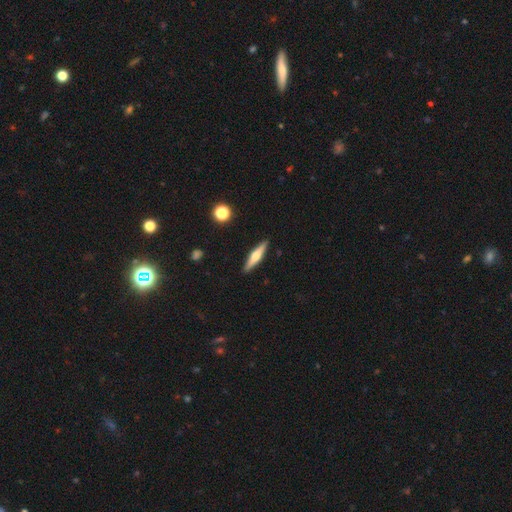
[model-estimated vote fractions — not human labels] The model was most divided on "smooth or featured": featured or disk: 60%, smooth: 34%, star or artifact: 6%. More confident: edge-on disk — yes (97%); merging — none (91%); edge-on bulge — rounded (89%).